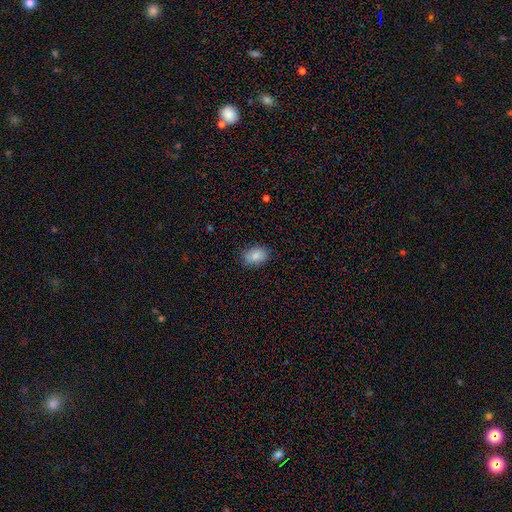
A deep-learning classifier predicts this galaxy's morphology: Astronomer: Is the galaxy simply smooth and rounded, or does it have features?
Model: smooth — 85%.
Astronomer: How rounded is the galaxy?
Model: in between — 85%.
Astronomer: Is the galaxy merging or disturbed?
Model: none — 83%.